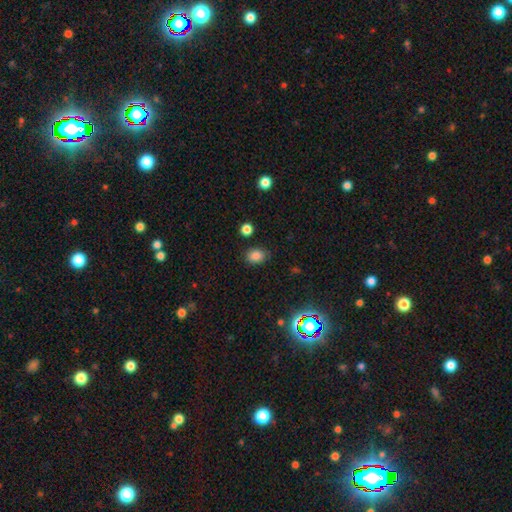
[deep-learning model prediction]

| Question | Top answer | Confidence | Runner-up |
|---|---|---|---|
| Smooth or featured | smooth | 83% | star or artifact (12%) |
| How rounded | in between | 63% | round (36%) |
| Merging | none | 80% | minor disturbance (14%) |